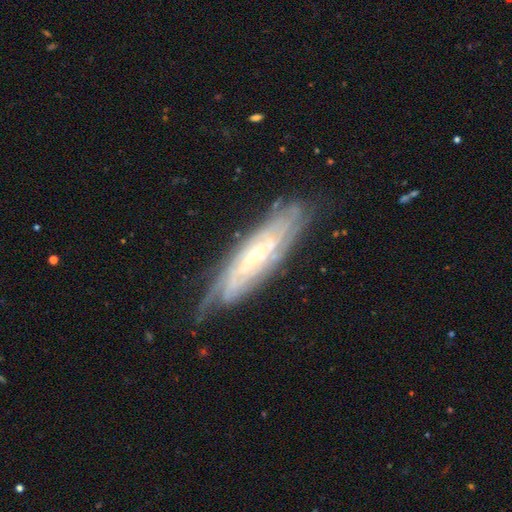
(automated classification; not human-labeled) Smooth or featured: featured or disk — 84% (smooth — 10%)
Edge-on disk: no — 75% (yes — 25%)
Bar: no — 62% (weak — 27%)
Spiral arms: yes — 94% (no — 6%)
Spiral winding: tight — 75% (medium — 20%)
Spiral arm count: can't tell — 52% (4 — 12%)
Bulge size: small — 70% (moderate — 26%)
Merging: none — 73% (minor disturbance — 20%)